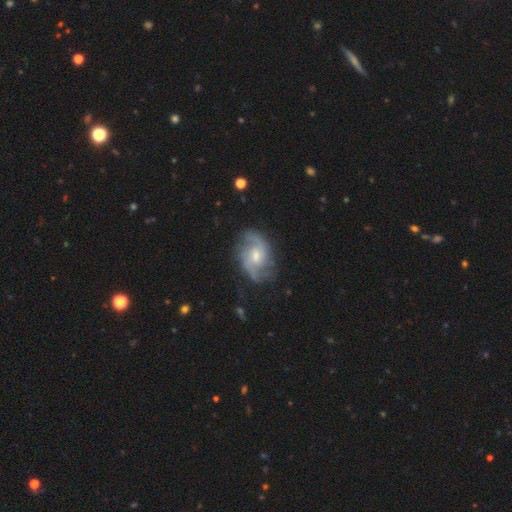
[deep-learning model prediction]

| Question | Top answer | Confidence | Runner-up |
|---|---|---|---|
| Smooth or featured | featured or disk | 82% | smooth (12%) |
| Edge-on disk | no | 97% | yes (3%) |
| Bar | no | 47% | weak (46%) |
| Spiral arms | yes | 94% | no (6%) |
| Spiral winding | medium | 49% | loose (29%) |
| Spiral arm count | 2 | 73% | can't tell (12%) |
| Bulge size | moderate | 54% | small (38%) |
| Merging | none | 70% | minor disturbance (20%) |